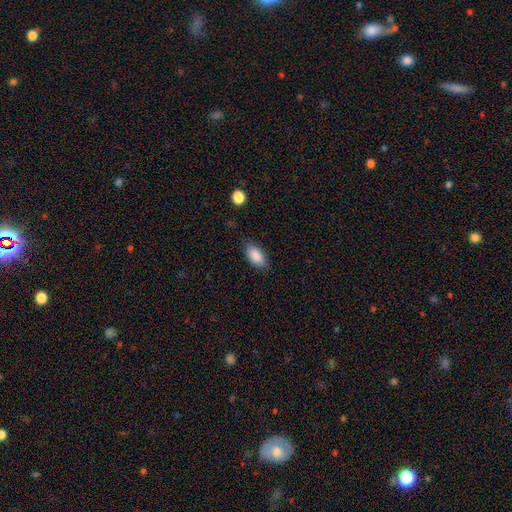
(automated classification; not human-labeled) Smooth or featured?
  - smooth: 88% *
  - star or artifact: 7%
  - featured or disk: 5%
How rounded?
  - in between: 91% *
  - cigar-shaped: 6%
  - round: 3%
Merging?
  - none: 79% *
  - minor disturbance: 16%
  - major disturbance: 4%
  - merger: 1%